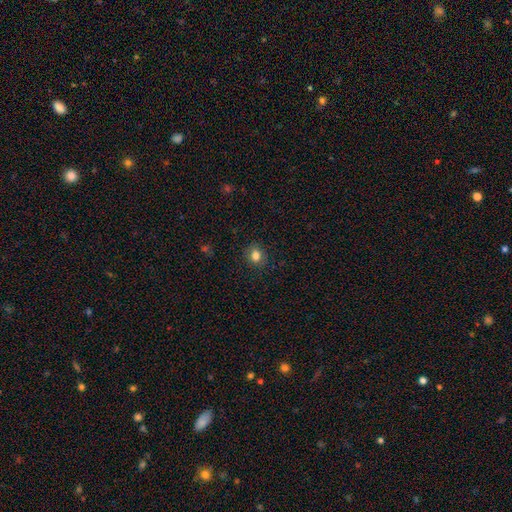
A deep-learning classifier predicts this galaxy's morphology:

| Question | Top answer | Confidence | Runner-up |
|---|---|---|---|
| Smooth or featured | smooth | 82% | star or artifact (12%) |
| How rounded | round | 67% | in between (32%) |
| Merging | none | 87% | minor disturbance (9%) |